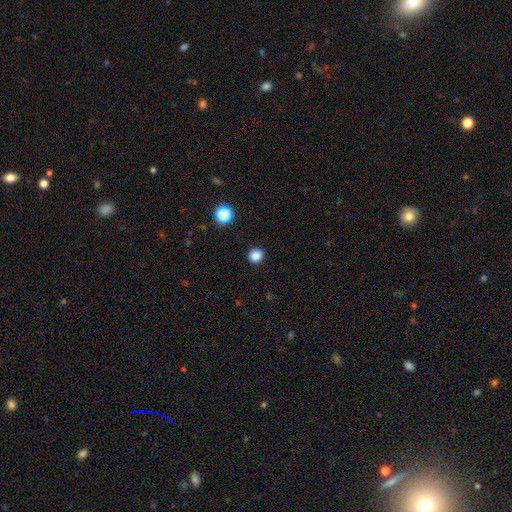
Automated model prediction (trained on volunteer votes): smooth 85%, star or artifact 12%, featured or disk 3%. Down the decision tree: how rounded — round (86%); merging — none (92%).